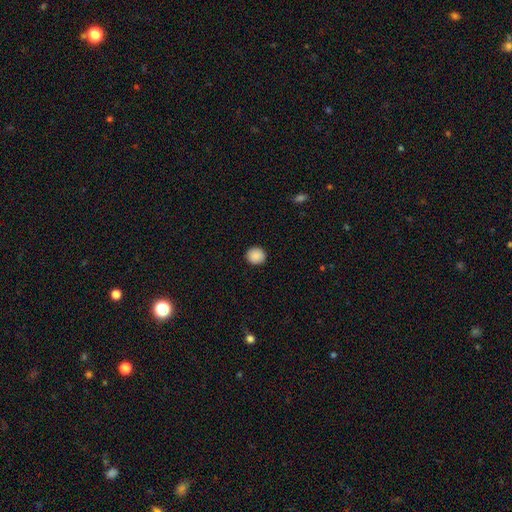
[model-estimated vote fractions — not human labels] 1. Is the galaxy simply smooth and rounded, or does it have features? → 89% smooth, 8% star or artifact, 3% featured or disk.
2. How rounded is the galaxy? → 89% round, 10% in between, 1% cigar-shaped.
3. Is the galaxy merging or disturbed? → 92% none, 5% minor disturbance, 2% major disturbance, 1% merger.